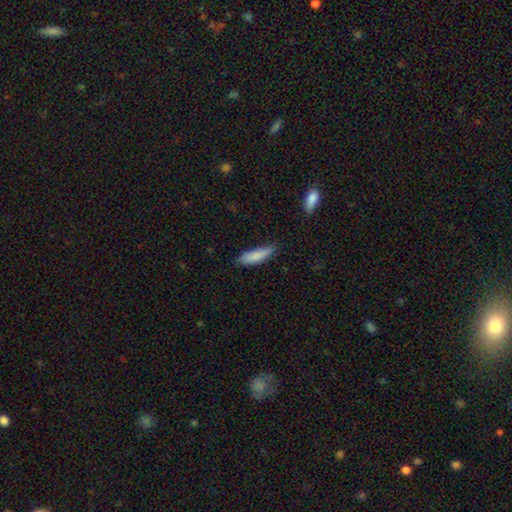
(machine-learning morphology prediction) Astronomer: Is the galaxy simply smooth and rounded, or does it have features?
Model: smooth — 84%.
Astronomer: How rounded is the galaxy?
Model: cigar-shaped — 57% (runner-up: in between, 42%).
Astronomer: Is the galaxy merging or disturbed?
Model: none — 70%.